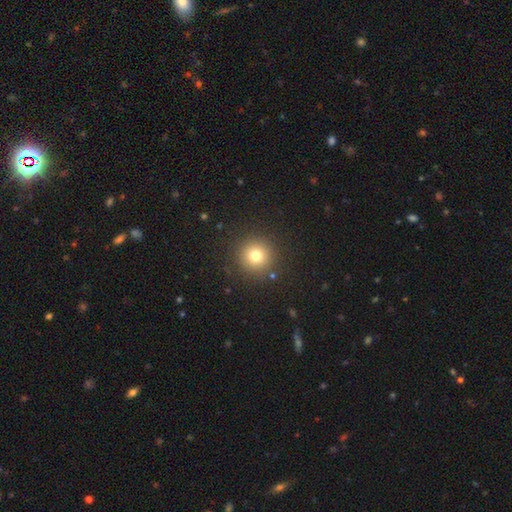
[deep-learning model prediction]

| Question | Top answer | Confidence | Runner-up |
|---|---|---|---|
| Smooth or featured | smooth | 76% | star or artifact (15%) |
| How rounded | round | 96% | in between (3%) |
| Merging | none | 90% | minor disturbance (5%) |